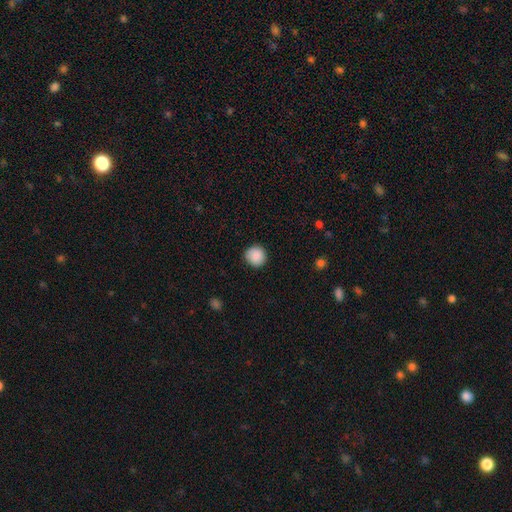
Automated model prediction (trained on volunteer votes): smooth 89%, star or artifact 8%, featured or disk 3%. Down the decision tree: how rounded — round (92%); merging — none (89%).